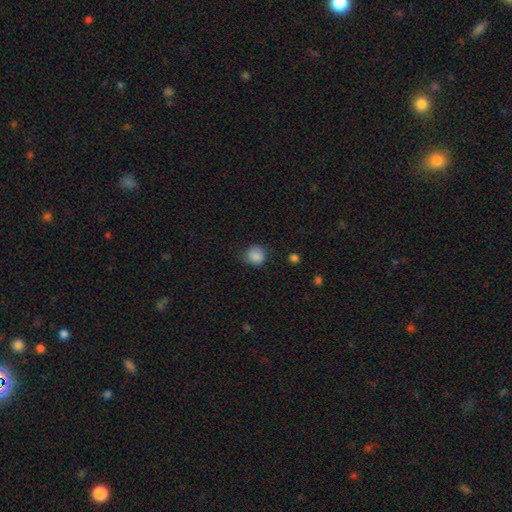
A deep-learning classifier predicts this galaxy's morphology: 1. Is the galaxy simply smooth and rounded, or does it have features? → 86% smooth, 9% star or artifact, 5% featured or disk.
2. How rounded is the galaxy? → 85% round, 14% in between, 1% cigar-shaped.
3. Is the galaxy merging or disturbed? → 75% none, 20% minor disturbance, 5% major disturbance, 1% merger.